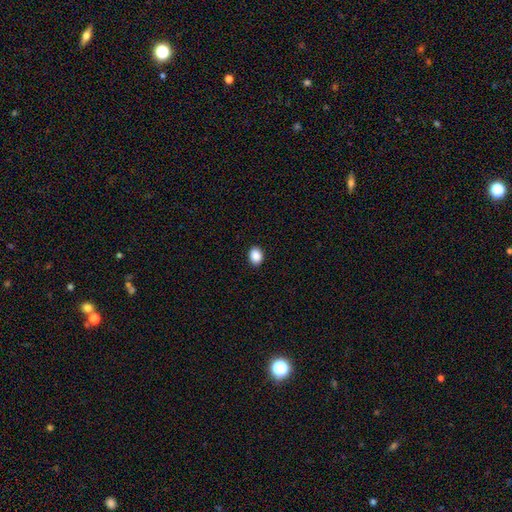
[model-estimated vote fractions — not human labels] A smooth galaxy with no disk features (89%) that is in between round and cigar-shaped (58%). Merging: none (91%).